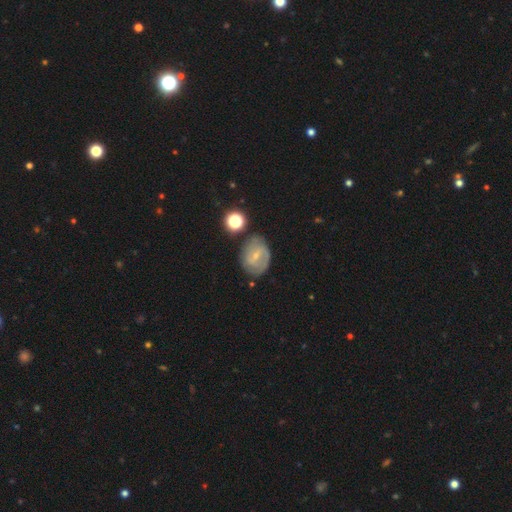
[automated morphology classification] The model was most divided on "bar": weak: 54%, no: 26%, strong: 20%. More confident: edge-on disk — no (96%); spiral arms — yes (75%); bulge size — small (72%); merging — none (65%); smooth or featured — featured or disk (63%).